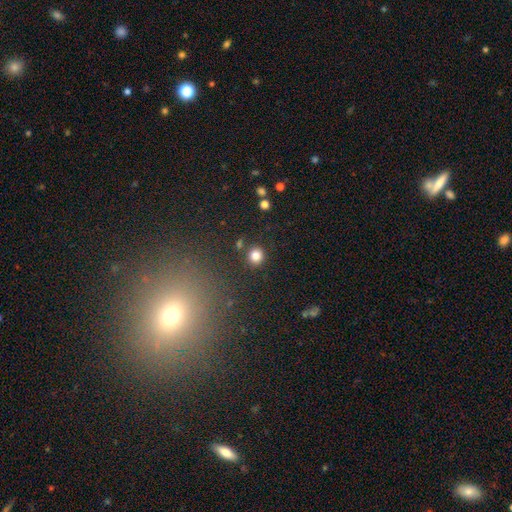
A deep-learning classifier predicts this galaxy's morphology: A smooth galaxy with no disk features (83%) that is round (91%).

Vote fractions:
- Smooth or featured? smooth: 83% / star or artifact: 12% / featured or disk: 6%
- How rounded? round: 91% / in between: 8% / cigar-shaped: 1%
- Merging? none: 88% / minor disturbance: 6% / merger: 4% / major disturbance: 2%